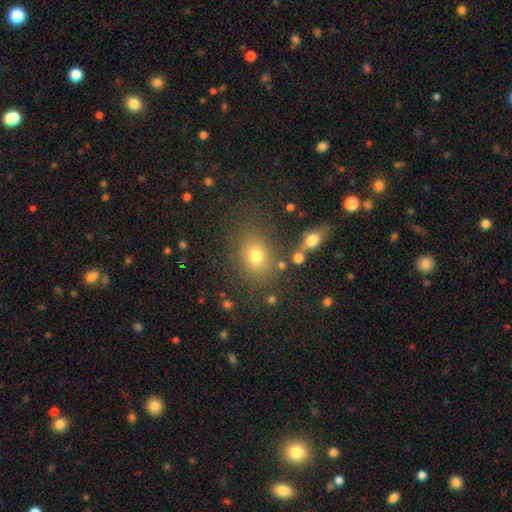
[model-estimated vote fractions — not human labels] A smooth galaxy with no disk features (73%) that is in between round and cigar-shaped (53%).

Vote fractions:
- Smooth or featured? smooth: 73% / star or artifact: 16% / featured or disk: 11%
- How rounded? in between: 53% / round: 46% / cigar-shaped: 2%
- Merging? none: 75% / minor disturbance: 12% / merger: 6% / major disturbance: 6%